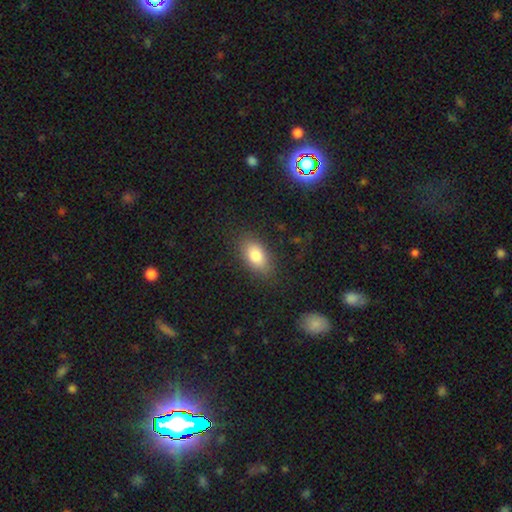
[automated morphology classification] This appears to be a smooth galaxy with no disk features (81%) that is in between round and cigar-shaped (90%). Merging: none (84%).